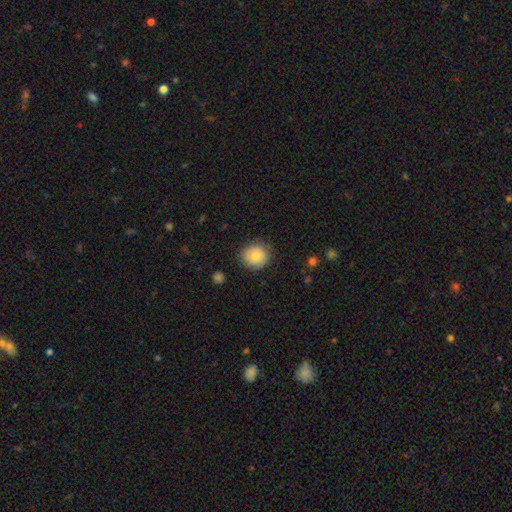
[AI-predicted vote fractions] This appears to be a smooth galaxy with no disk features (81%) that is round (86%). Merging: none (84%).